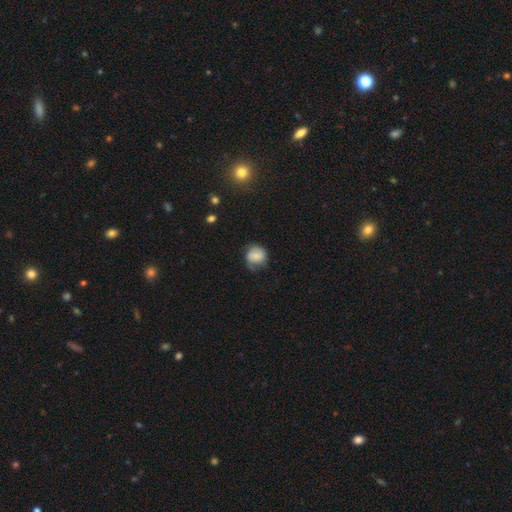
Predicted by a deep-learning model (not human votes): smooth-or-featured: smooth: 68% | featured or disk: 23% | star or artifact: 9%
  how-rounded: round: 81% | in between: 18% | cigar-shaped: 1%
  merging: none: 59% | minor disturbance: 28% | major disturbance: 11% | merger: 2%